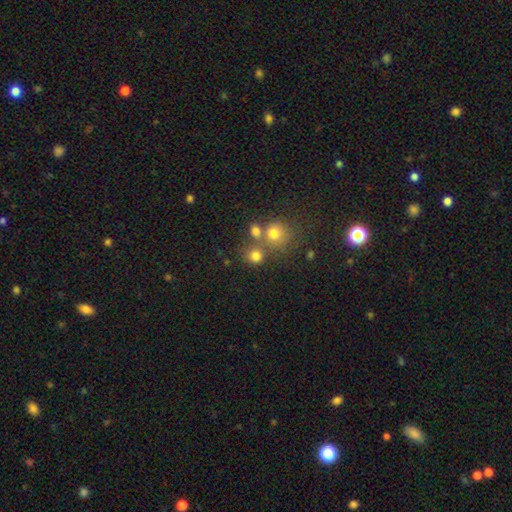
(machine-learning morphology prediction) Q: Smooth or featured?
A: smooth (77%); runner-up: star or artifact (15%)
Q: How rounded?
A: round (85%); runner-up: in between (14%)
Q: Merging?
A: none (59%); runner-up: merger (27%)